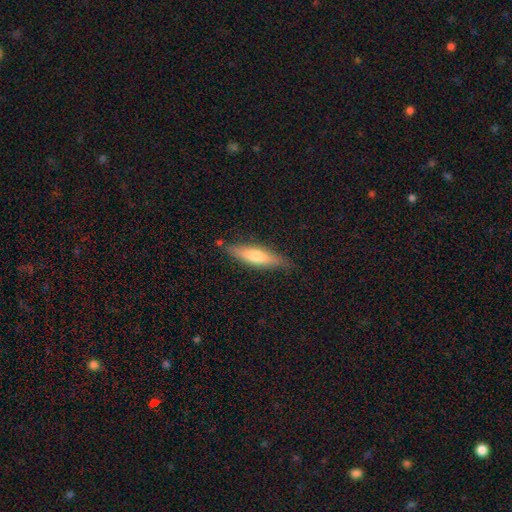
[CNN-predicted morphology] This is possibly a smooth galaxy (54%). How rounded: likely cigar-shaped (78%). Merging: clearly none (83%).